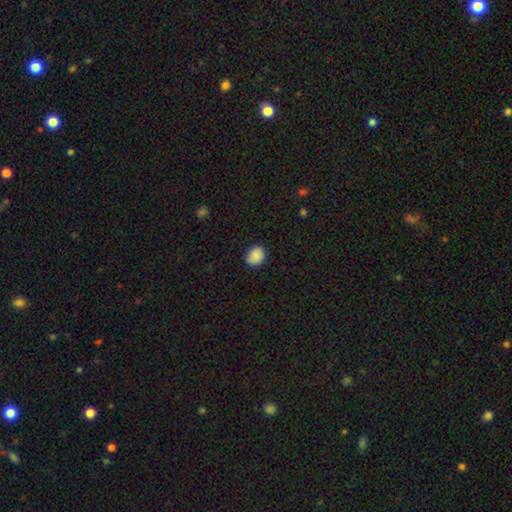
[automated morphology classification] smooth 88%, star or artifact 8%, featured or disk 4%. Down the decision tree: how rounded — round (53%); merging — none (84%).